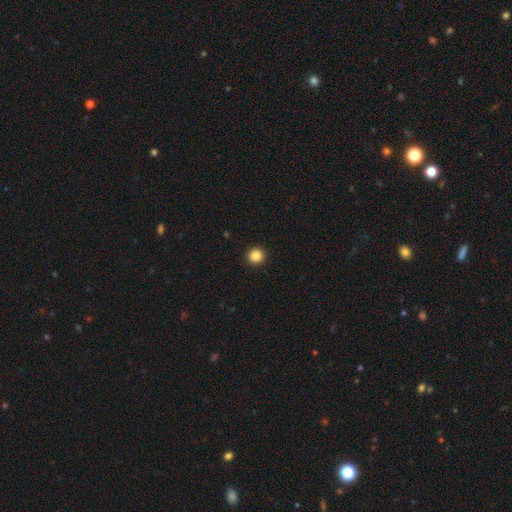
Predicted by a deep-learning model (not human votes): This is clearly a smooth galaxy (86%). How rounded: clearly round (96%). Merging: clearly none (94%).